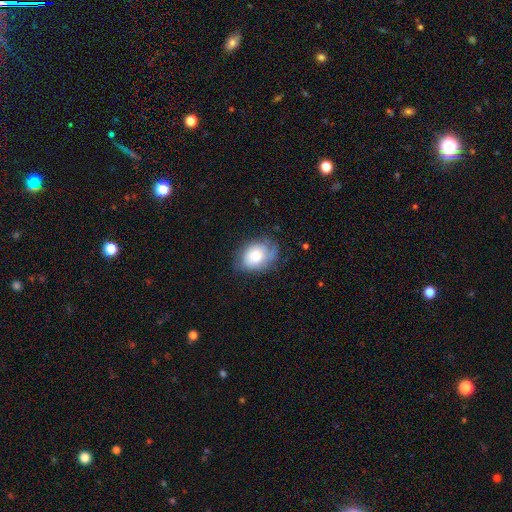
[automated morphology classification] Smooth or featured? Predicted: smooth (p=0.57). How rounded? Predicted: in between (p=0.65). Merging? Predicted: none (p=0.60).